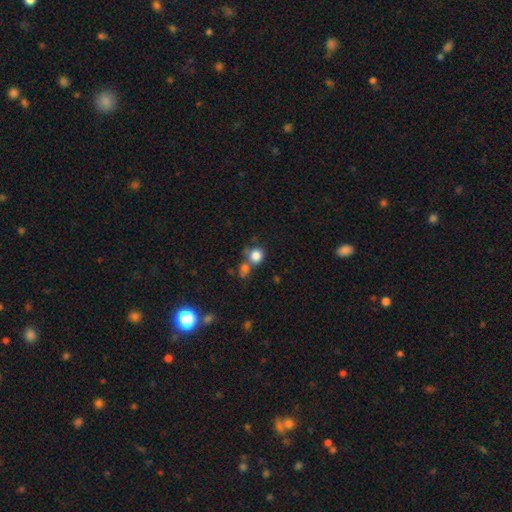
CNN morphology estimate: A smooth galaxy with no disk features (82%) that is round (85%). Merging: none (53%).